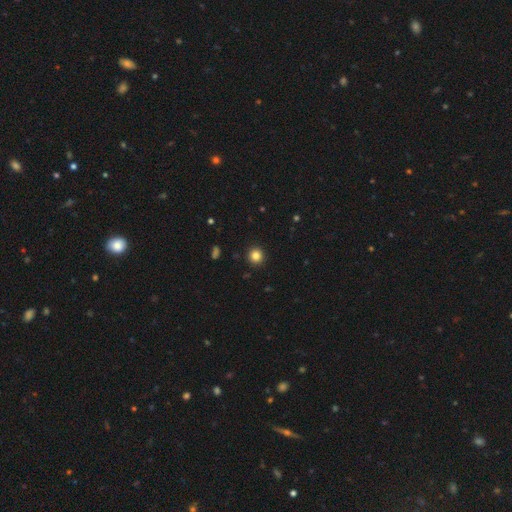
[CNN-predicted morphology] smooth-or-featured: smooth: 83% | star or artifact: 12% | featured or disk: 5%
  how-rounded: round: 94% | in between: 5% | cigar-shaped: 1%
  merging: none: 93% | minor disturbance: 5% | major disturbance: 2% | merger: 1%